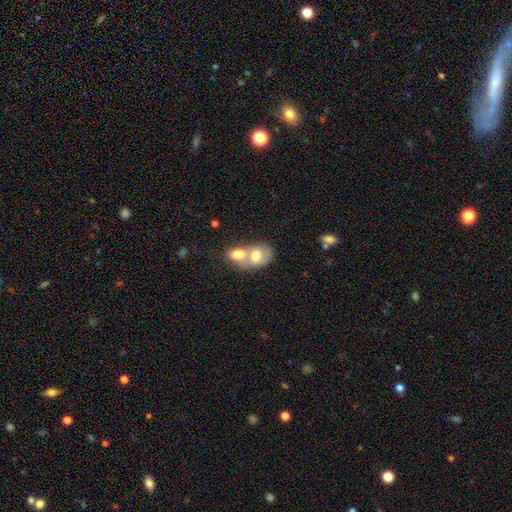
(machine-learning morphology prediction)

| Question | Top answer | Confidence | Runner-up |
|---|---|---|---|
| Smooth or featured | smooth | 68% | featured or disk (25%) |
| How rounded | in between | 72% | round (26%) |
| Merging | merger | 77% | none (14%) |